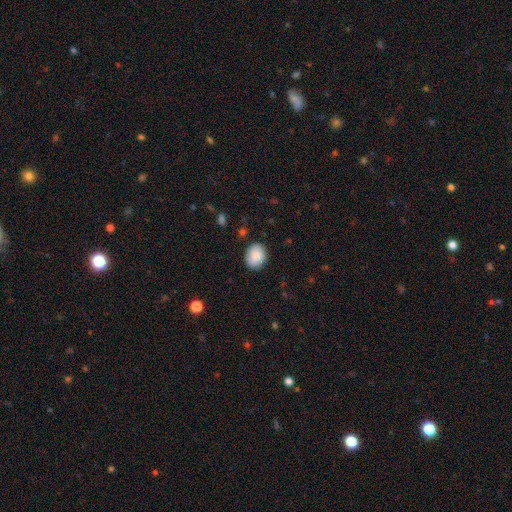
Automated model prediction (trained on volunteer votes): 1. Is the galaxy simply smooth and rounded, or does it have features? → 87% smooth, 7% star or artifact, 6% featured or disk.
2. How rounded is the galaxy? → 55% in between, 44% round, 1% cigar-shaped.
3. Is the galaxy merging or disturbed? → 84% none, 12% minor disturbance, 3% major disturbance, 1% merger.